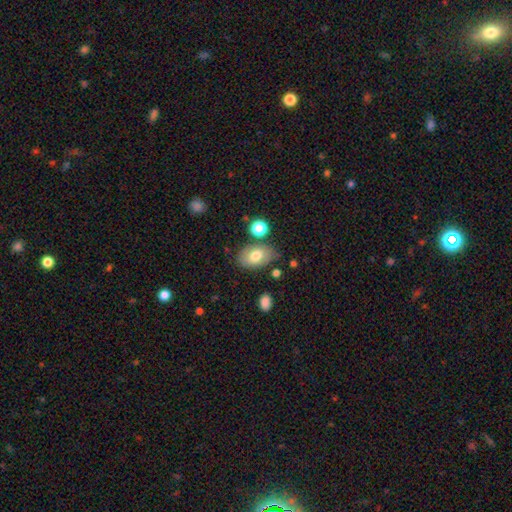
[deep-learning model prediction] This is likely a smooth galaxy (75%). How rounded: clearly in between (90%). Merging: likely none (72%).